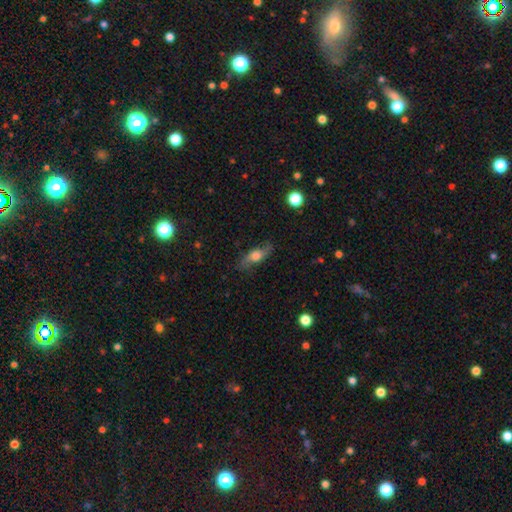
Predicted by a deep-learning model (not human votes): Overall: featured or disk (48%; smooth 43%). Merging: none (76%).